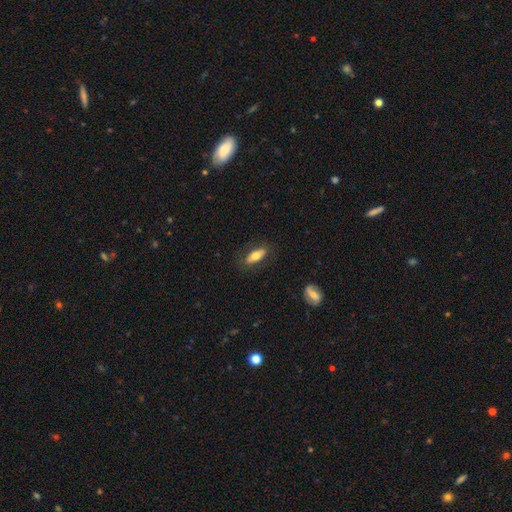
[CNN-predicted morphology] Smooth or featured?
  - smooth: 65% *
  - featured or disk: 29%
  - star or artifact: 6%
How rounded?
  - in between: 67% *
  - cigar-shaped: 30%
  - round: 3%
Merging?
  - none: 81% *
  - minor disturbance: 13%
  - major disturbance: 5%
  - merger: 1%